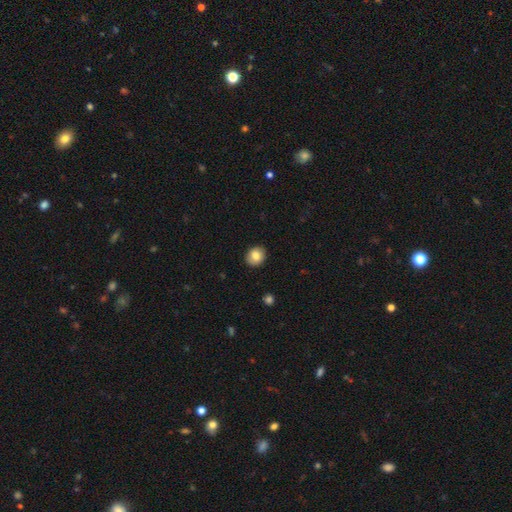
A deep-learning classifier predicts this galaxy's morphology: smooth_or_featured: smooth (p=0.81) [alt: featured or disk p=0.10]
how_rounded: round (p=0.73) [alt: in between p=0.26]
merging: none (p=0.89) [alt: minor disturbance p=0.08]